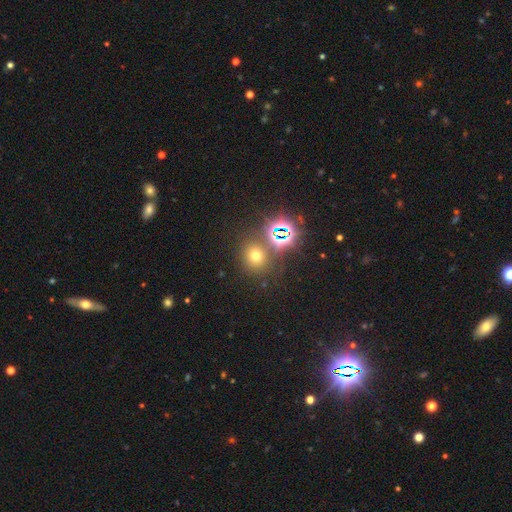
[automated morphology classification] The model was most divided on "smooth or featured": smooth: 54%, star or artifact: 37%, featured or disk: 9%. More confident: how rounded — round (79%); merging — none (75%).